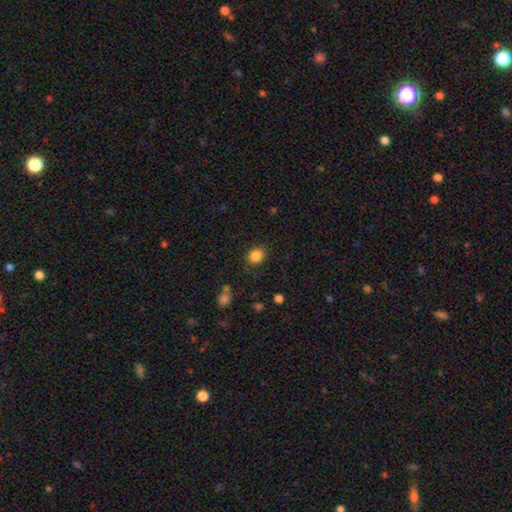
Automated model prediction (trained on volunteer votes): This is clearly a smooth galaxy (85%). How rounded: possibly round (59%). Merging: clearly none (82%).